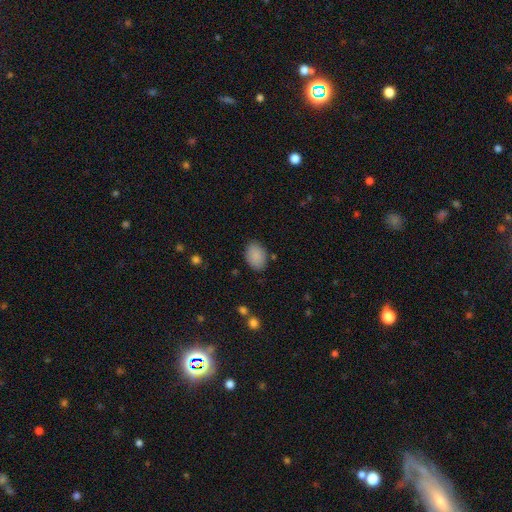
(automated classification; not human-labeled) A smooth galaxy with no disk features (89%) that is in between round and cigar-shaped (82%). Merging: none (84%).